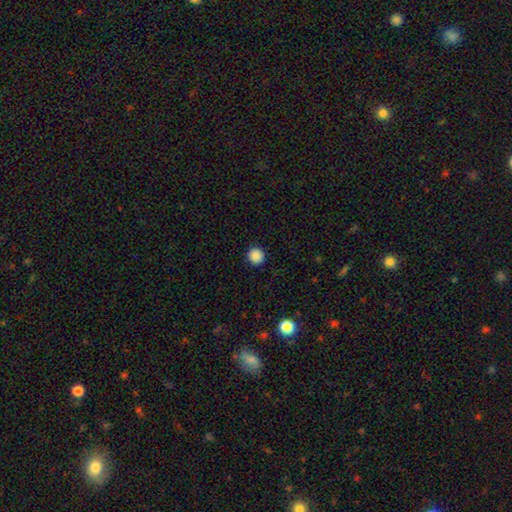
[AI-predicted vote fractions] Morphology: type=smooth (88%); roundness=round (94%); merging=none (92%).